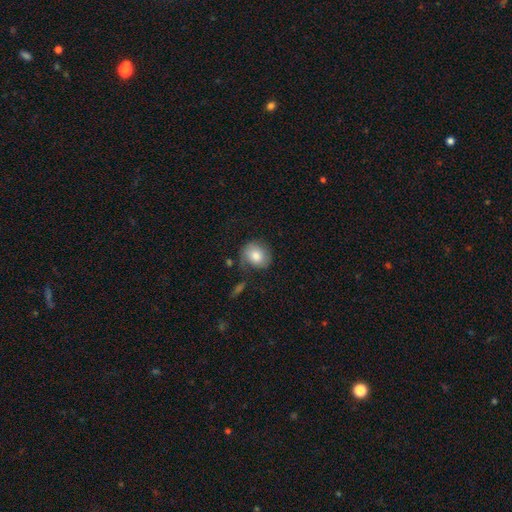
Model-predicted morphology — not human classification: A smooth galaxy with no disk features (70%) that is round (74%). Merging: none (64%).